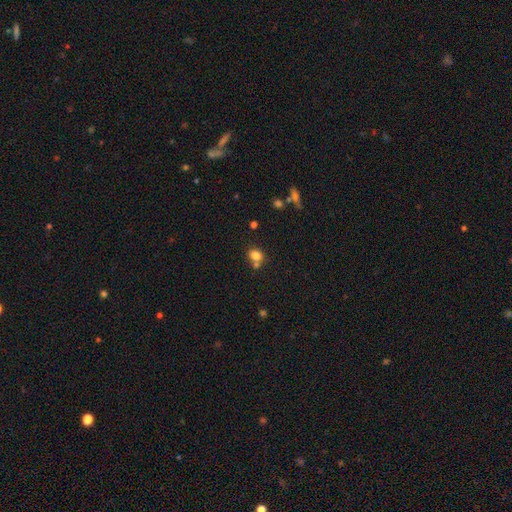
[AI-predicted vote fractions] Q: Smooth or featured?
A: smooth (79%); runner-up: star or artifact (12%)
Q: How rounded?
A: round (51%); runner-up: in between (48%)
Q: Merging?
A: none (53%); runner-up: merger (31%)